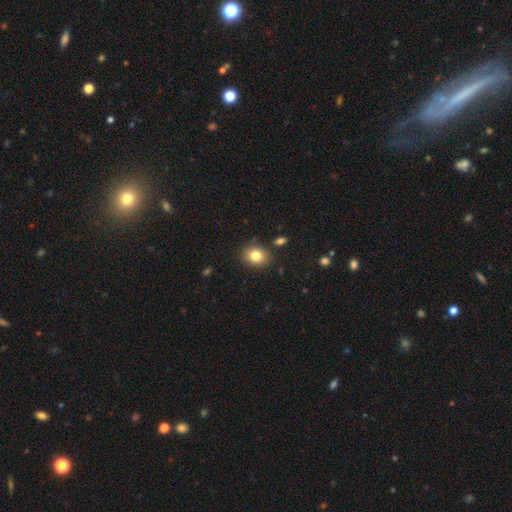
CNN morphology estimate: Smooth or featured? smooth (81%)
How rounded? round (57%)
Merging? none (84%)